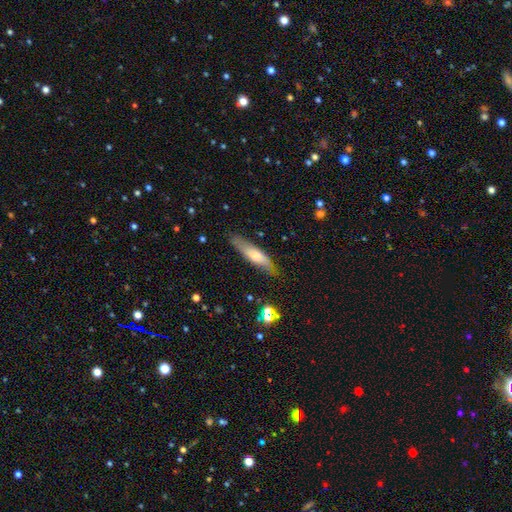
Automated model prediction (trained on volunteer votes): This appears to be a smooth galaxy with no disk features (60%) that is cigar-shaped (71%). Merging: none (81%).